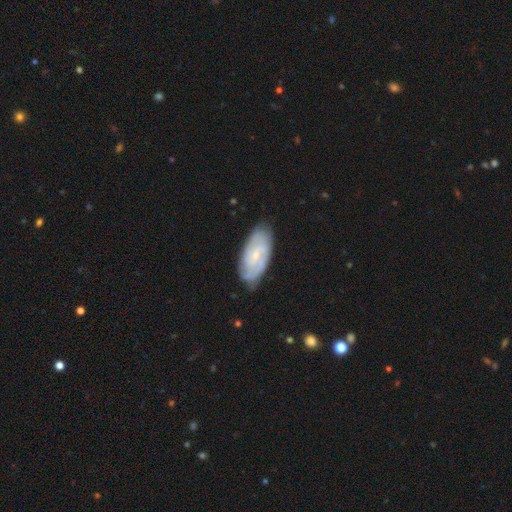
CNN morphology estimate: Overall: featured or disk (74%). Edge-on disk: no (94%). Bar: no (46%; weak 45%). Spiral arms: yes (92%). Spiral arm count: 2 (39%; can't tell 34%). Spiral winding: tight (59%; medium 32%). Bulge size: small (73%). Merging: none (77%).